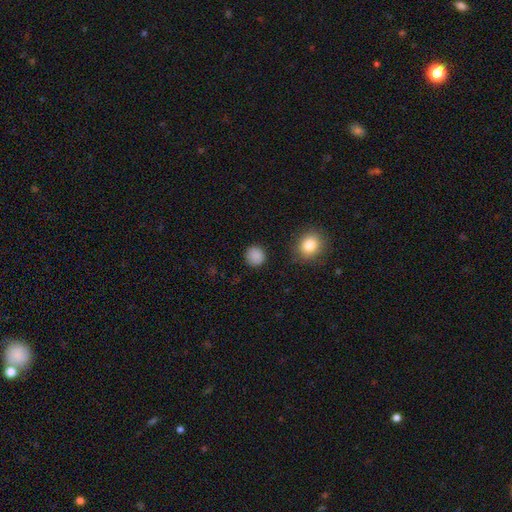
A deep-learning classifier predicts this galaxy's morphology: Overall: smooth (87%). How rounded: round (92%). Merging: none (87%).